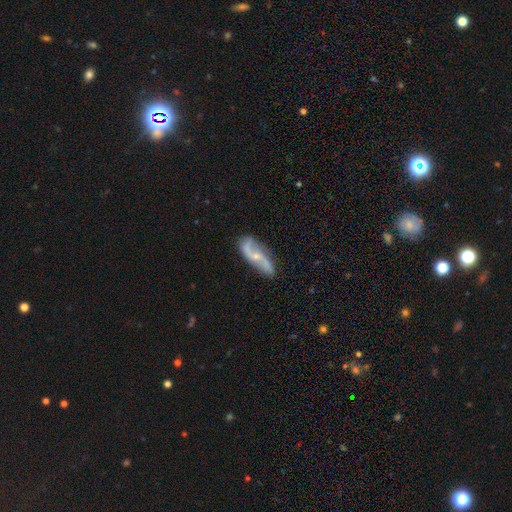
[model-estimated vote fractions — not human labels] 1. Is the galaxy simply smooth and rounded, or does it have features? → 79% featured or disk, 16% smooth, 6% star or artifact.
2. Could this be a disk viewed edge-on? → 91% no, 9% yes.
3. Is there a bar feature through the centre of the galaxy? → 48% no, 37% weak, 15% strong.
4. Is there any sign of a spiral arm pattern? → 93% yes, 7% no.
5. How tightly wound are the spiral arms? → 68% loose, 24% medium, 8% tight.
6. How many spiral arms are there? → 91% 2, 4% can't tell, 2% 1, 1% 3, 1% 4, 1% more than 4.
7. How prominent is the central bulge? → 61% small, 29% moderate, 7% none, 1% large, 1% dominant.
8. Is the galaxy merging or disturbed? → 75% none, 17% minor disturbance, 5% major disturbance, 3% merger.